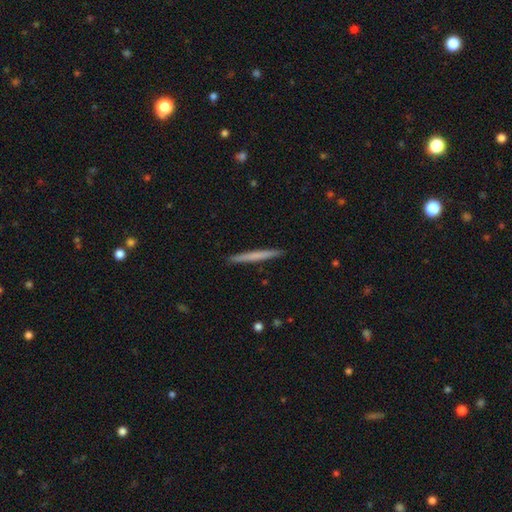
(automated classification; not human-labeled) Overall: smooth (59%; featured or disk 36%). How rounded: cigar-shaped (97%). Merging: none (92%).